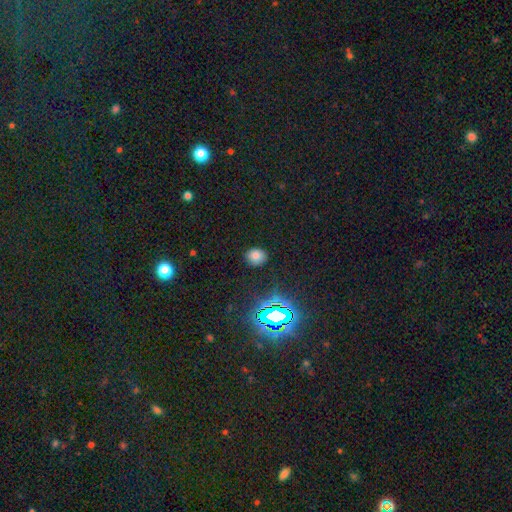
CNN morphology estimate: Overall: smooth (71%). How rounded: round (64%; in between 35%). Merging: none (86%).